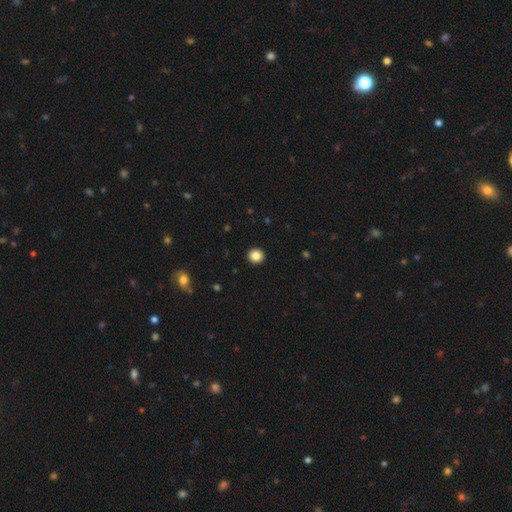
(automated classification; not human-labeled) Smooth or featured? smooth (85%)
How rounded? round (90%)
Merging? none (93%)